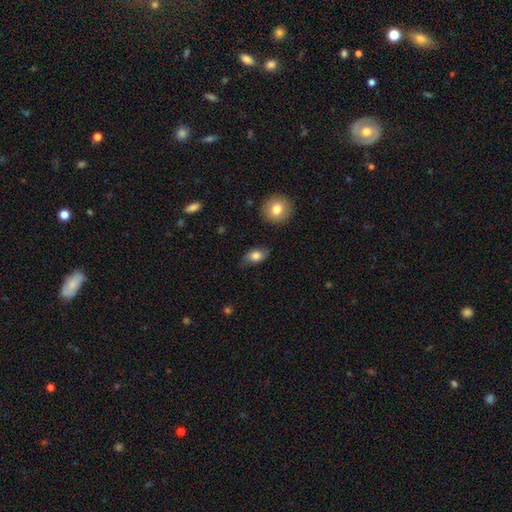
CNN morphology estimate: Smooth or featured?
  - smooth: 78% *
  - featured or disk: 14%
  - star or artifact: 8%
How rounded?
  - in between: 82% *
  - round: 15%
  - cigar-shaped: 3%
Merging?
  - none: 74% *
  - minor disturbance: 20%
  - major disturbance: 4%
  - merger: 2%